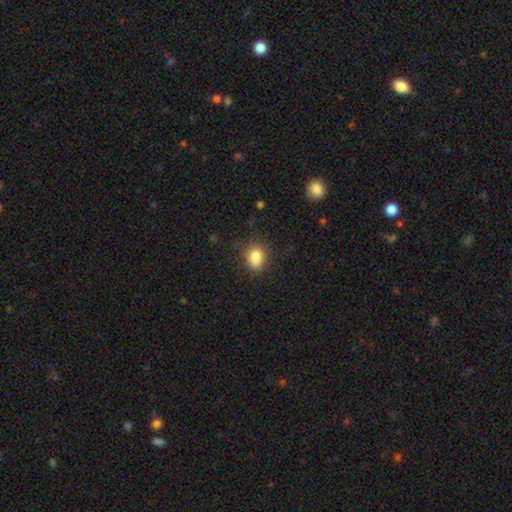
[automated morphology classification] Overall: smooth (81%). How rounded: round (50%; in between 48%). Merging: none (67%).